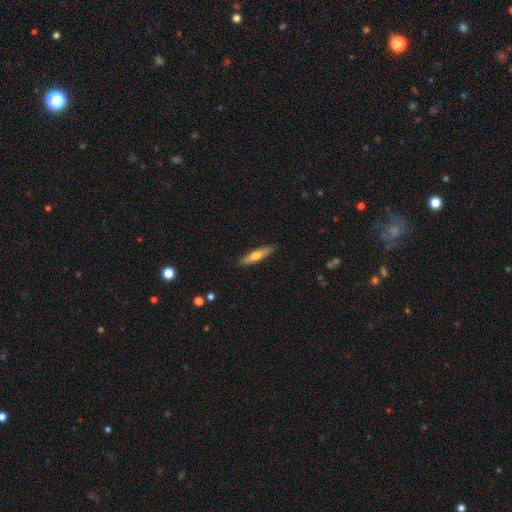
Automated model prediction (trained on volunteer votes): The model was most divided on "smooth or featured": smooth: 60%, featured or disk: 35%, star or artifact: 6%. More confident: merging — none (87%); how rounded — cigar-shaped (84%).